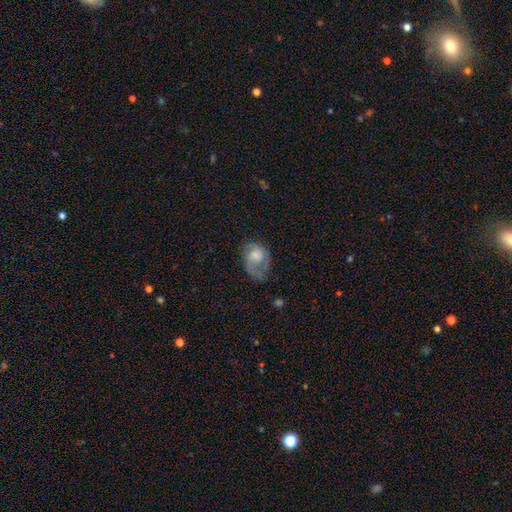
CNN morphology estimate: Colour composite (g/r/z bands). It shows a featured or disk galaxy (50%). Merging: none (39%).